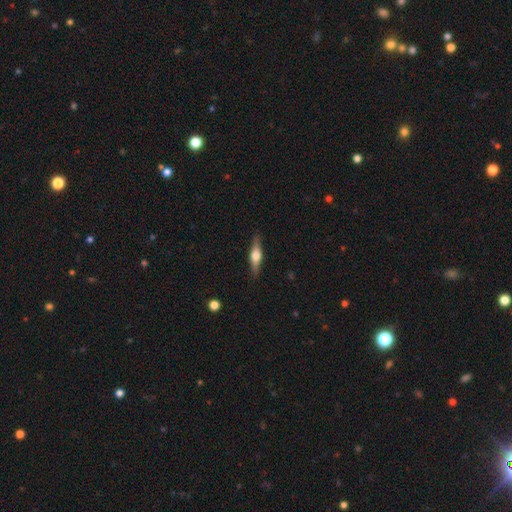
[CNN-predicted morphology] A featured or disk galaxy (60%) viewed edge-on (96%) with a rounded central bulge (93%).

Vote fractions:
- Smooth or featured? featured or disk: 60% / smooth: 34% / star or artifact: 6%
- Edge-on disk? yes: 96% / no: 4%
- Edge-on bulge? rounded: 93% / boxy: 5% / none: 2%
- Merging? none: 88% / minor disturbance: 9% / major disturbance: 2% / merger: 1%